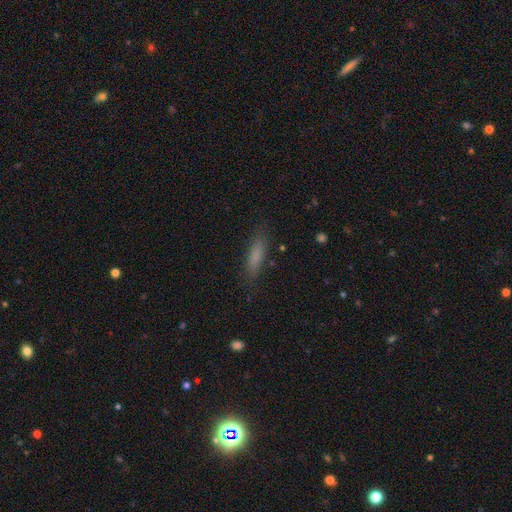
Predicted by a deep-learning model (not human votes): Morphology: type=smooth (77%); roundness=cigar-shaped (72%); merging=none (83%).